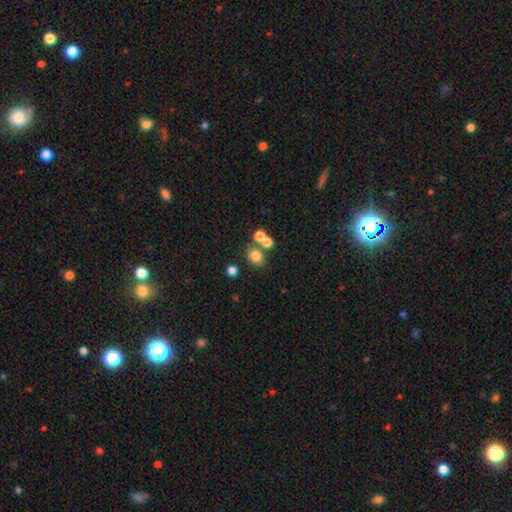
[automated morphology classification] Smooth or featured? smooth (76%)
How rounded? round (61%)
Merging? none (60%)